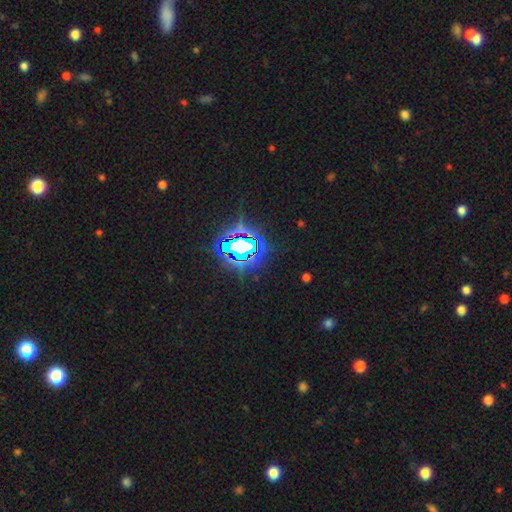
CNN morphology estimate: A star or artifact, not a galaxy (84%).